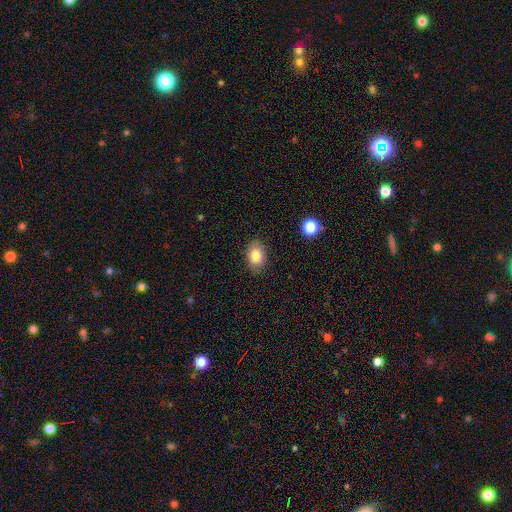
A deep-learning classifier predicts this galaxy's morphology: Q: Smooth or featured?
A: smooth (82%); runner-up: featured or disk (9%)
Q: How rounded?
A: in between (80%); runner-up: round (18%)
Q: Merging?
A: none (86%); runner-up: minor disturbance (10%)